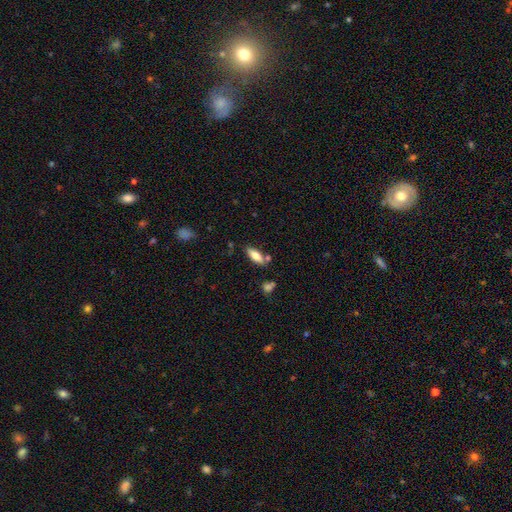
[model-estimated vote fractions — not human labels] Q: Smooth or featured?
A: smooth (73%); runner-up: featured or disk (21%)
Q: How rounded?
A: in between (69%); runner-up: cigar-shaped (29%)
Q: Merging?
A: none (75%); runner-up: minor disturbance (13%)